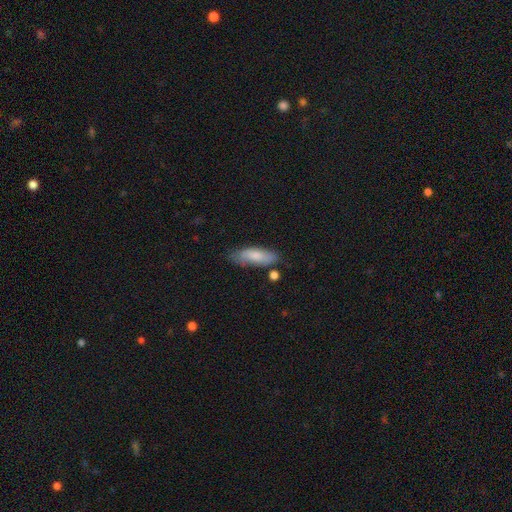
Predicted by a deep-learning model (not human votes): smooth_or_featured: smooth (p=0.78) [alt: featured or disk p=0.16]
how_rounded: in between (p=0.59) [alt: cigar-shaped p=0.39]
merging: none (p=0.68) [alt: minor disturbance p=0.22]